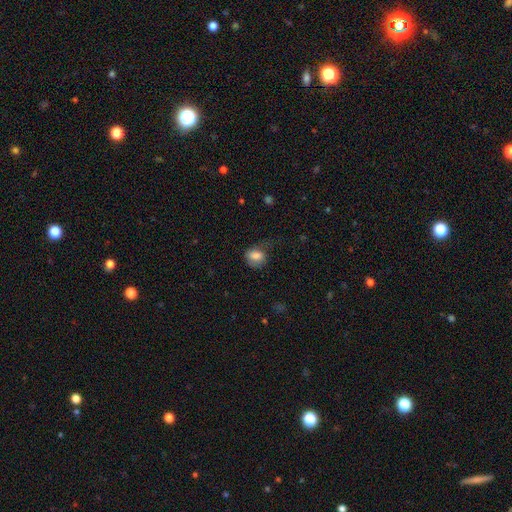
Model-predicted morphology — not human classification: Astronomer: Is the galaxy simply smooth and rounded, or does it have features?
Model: smooth — 77%.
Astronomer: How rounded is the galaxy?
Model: in between — 62% (runner-up: round, 37%).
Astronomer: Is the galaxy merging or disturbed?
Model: none — 42% (runner-up: minor disturbance, 30%).